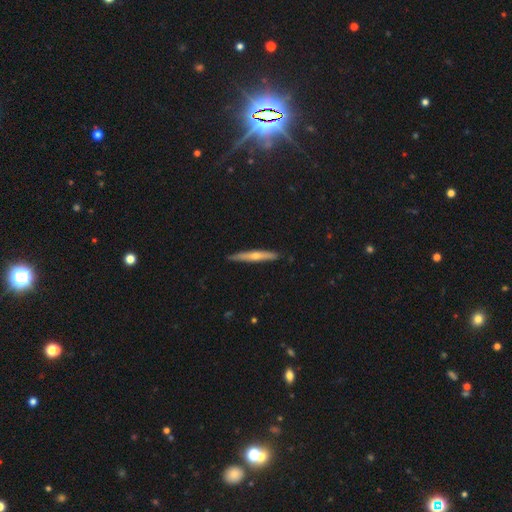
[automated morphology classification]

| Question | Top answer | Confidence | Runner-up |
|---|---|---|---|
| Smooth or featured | featured or disk | 56% | smooth (38%) |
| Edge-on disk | yes | 95% | no (5%) |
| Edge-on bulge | rounded | 78% | none (19%) |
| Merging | none | 89% | minor disturbance (8%) |